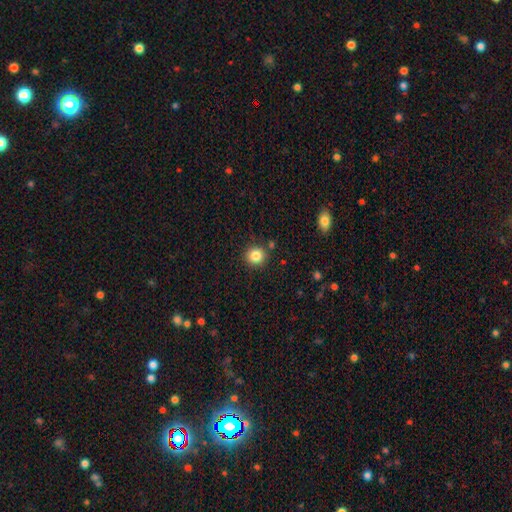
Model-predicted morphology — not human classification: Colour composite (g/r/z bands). It shows a smooth galaxy with no disk features (84%) that is round (89%). Merging: none (86%).